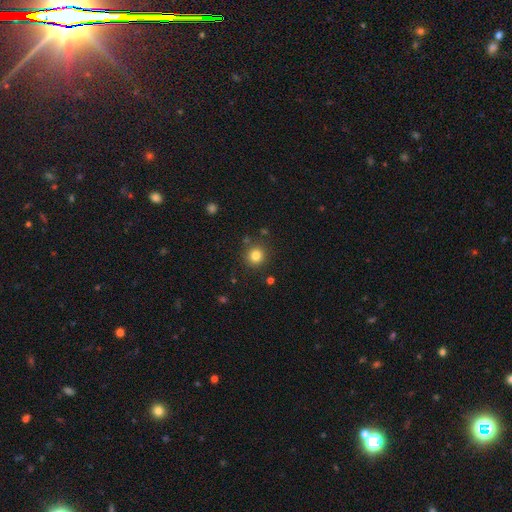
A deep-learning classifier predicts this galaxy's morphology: A smooth galaxy with no disk features (81%) that is round (93%). Merging: none (88%).